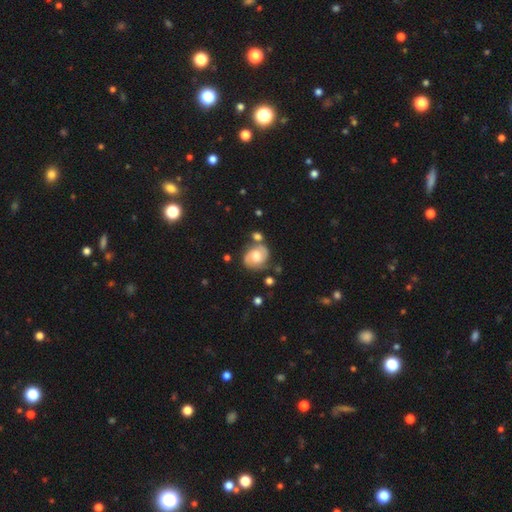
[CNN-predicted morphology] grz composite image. It shows a featured or disk galaxy (71%) with no bar (61%), 2 (85%) tight (44%) spiral arms (90%) and a moderate central bulge (67%). Merging: none (67%).